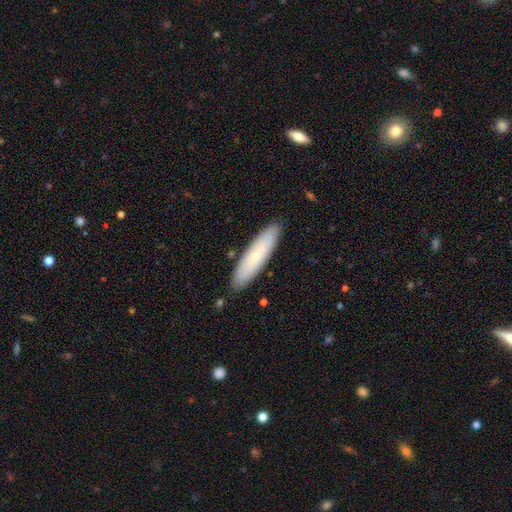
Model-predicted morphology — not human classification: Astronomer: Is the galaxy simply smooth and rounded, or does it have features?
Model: smooth — 67%.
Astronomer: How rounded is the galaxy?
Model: cigar-shaped — 78%.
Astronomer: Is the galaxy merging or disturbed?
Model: none — 87%.